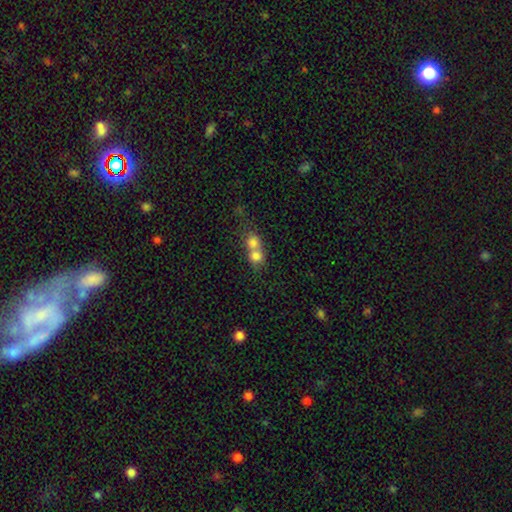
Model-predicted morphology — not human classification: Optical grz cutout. It shows a smooth galaxy with no disk features (75%) that is round (76%). Merging: merger (73%).